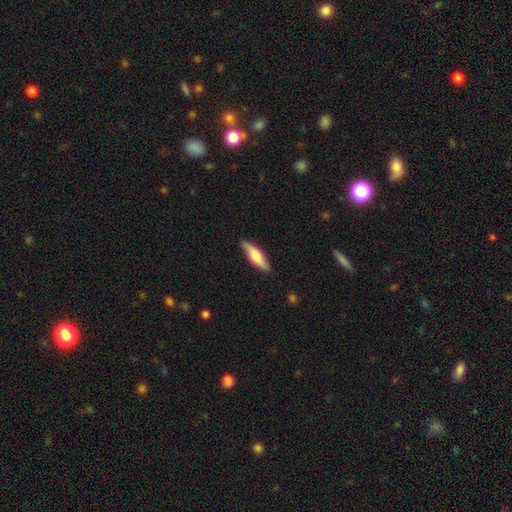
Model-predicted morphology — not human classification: A smooth galaxy with no disk features (53%) that is cigar-shaped (65%).

Vote fractions:
- Smooth or featured? smooth: 53% / featured or disk: 42% / star or artifact: 5%
- How rounded? cigar-shaped: 65% / in between: 33% / round: 2%
- Merging? none: 86% / minor disturbance: 11% / major disturbance: 2% / merger: 1%